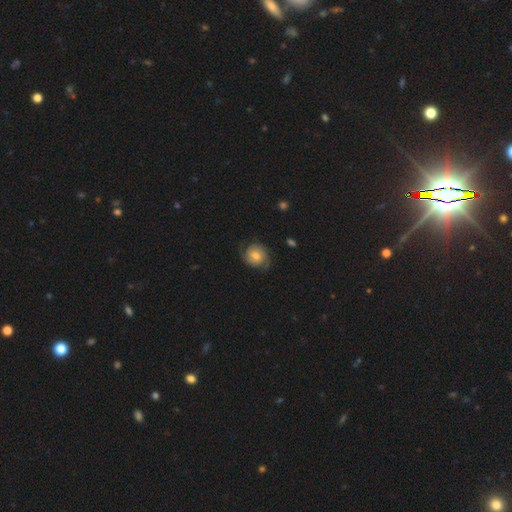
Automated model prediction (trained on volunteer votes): Smooth or featured? featured or disk (64%)
Edge-on disk? no (98%)
Bar? no (70%)
Spiral arms? yes (92%)
Spiral winding? tight (49%)
Spiral arm count? 2 (77%)
Bulge size? moderate (61%)
Merging? none (74%)